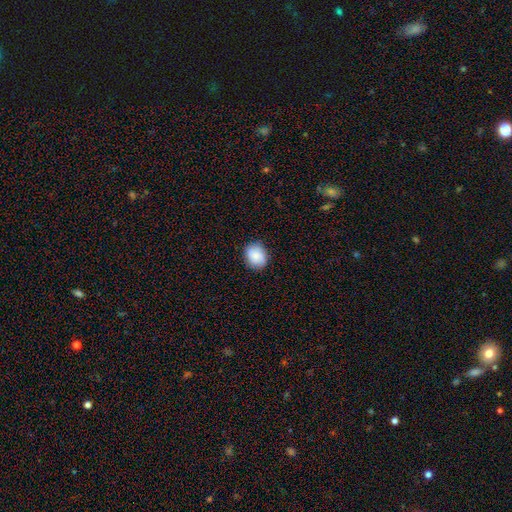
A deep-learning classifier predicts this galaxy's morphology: Smooth or featured? smooth (82%)
How rounded? round (60%)
Merging? none (83%)